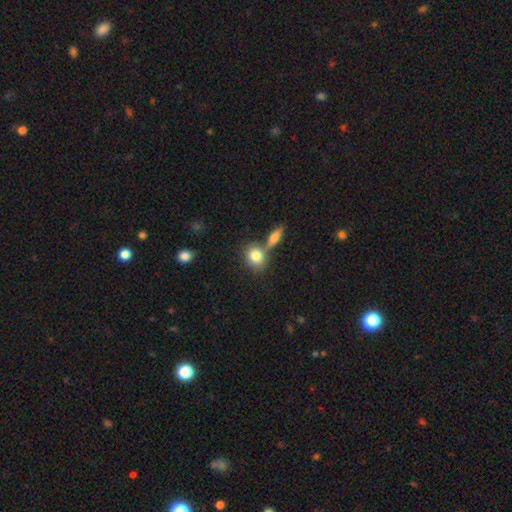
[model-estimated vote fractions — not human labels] Overall: smooth (80%). How rounded: round (55%; in between 42%). Merging: none (51%; merger 34%).